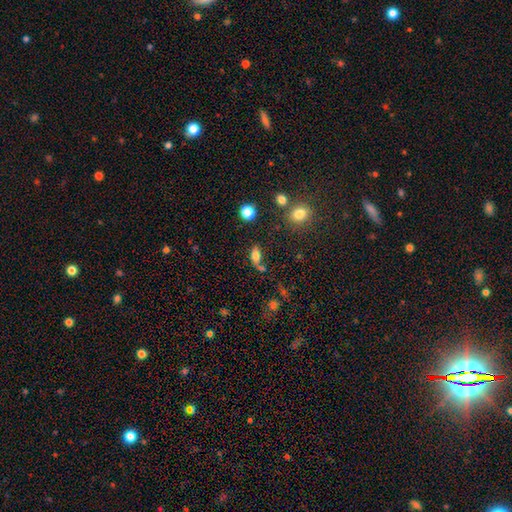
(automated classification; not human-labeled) smooth-or-featured: smooth: 75% | featured or disk: 14% | star or artifact: 11%
  how-rounded: in between: 80% | round: 11% | cigar-shaped: 10%
  merging: none: 58% | minor disturbance: 19% | merger: 14% | major disturbance: 9%